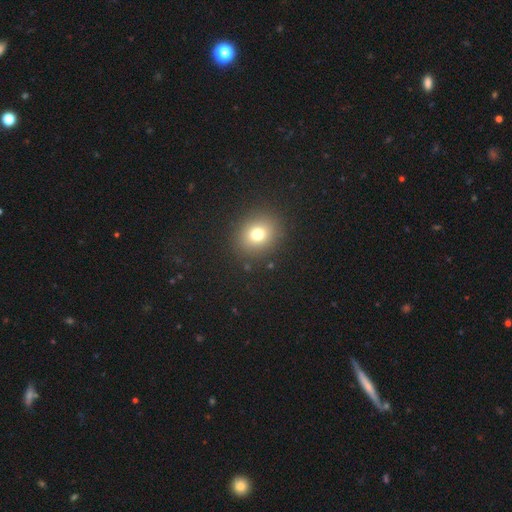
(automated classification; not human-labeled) A smooth galaxy with no disk features (68%) that is round (76%).

Vote fractions:
- Smooth or featured? smooth: 68% / star or artifact: 23% / featured or disk: 8%
- How rounded? round: 76% / in between: 23% / cigar-shaped: 1%
- Merging? none: 91% / minor disturbance: 6% / major disturbance: 2% / merger: 1%